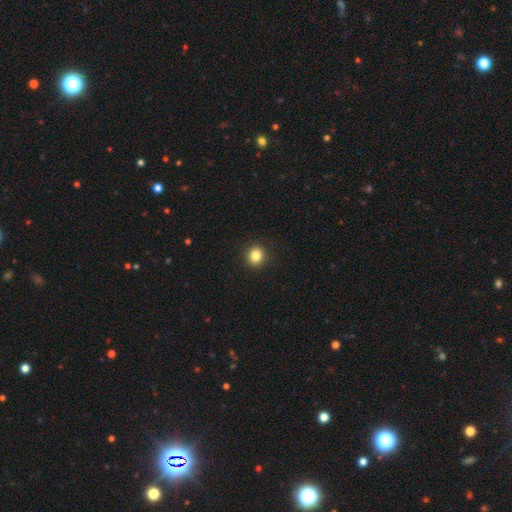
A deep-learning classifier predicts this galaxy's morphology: Overall: smooth (84%). How rounded: round (87%). Merging: none (92%).